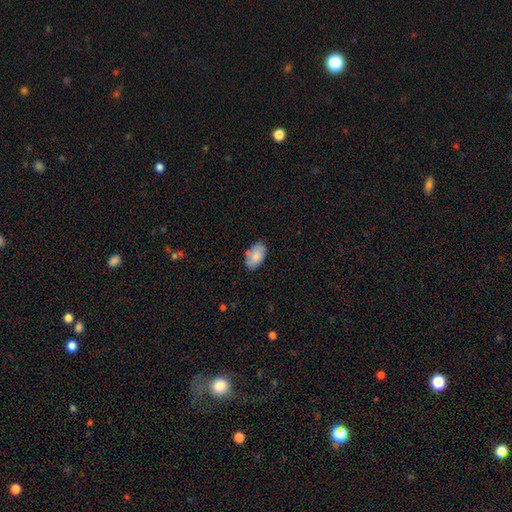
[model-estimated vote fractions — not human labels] Smooth or featured? smooth (82%)
How rounded? in between (94%)
Merging? none (72%)